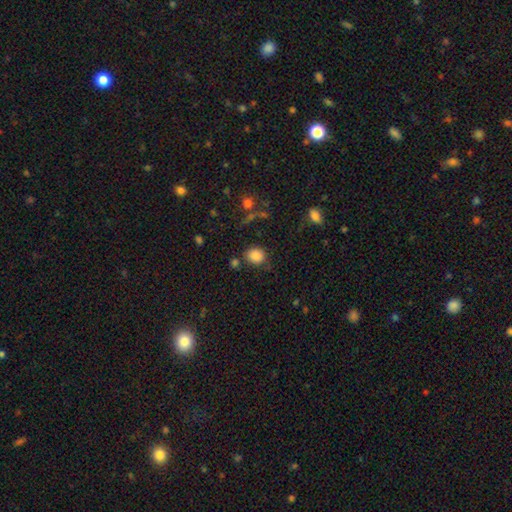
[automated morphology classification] type=smooth (85%); roundness=round (64%); merging=none (74%).